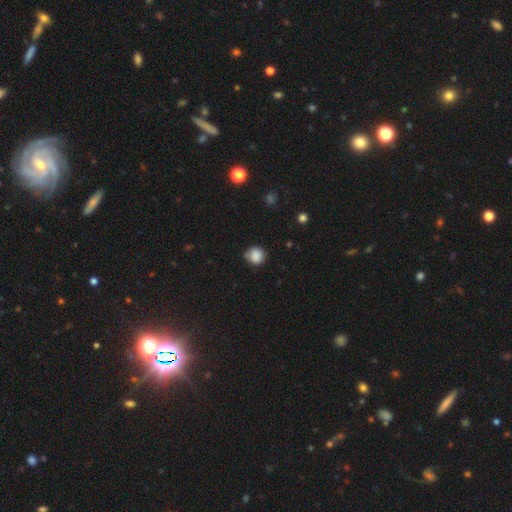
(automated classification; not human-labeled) Smooth or featured: smooth — 86% (star or artifact — 10%)
How rounded: round — 87% (in between — 12%)
Merging: none — 74% (minor disturbance — 21%)